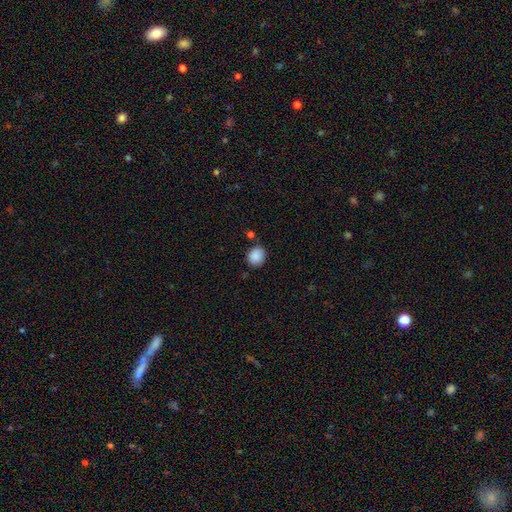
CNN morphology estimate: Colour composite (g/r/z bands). It shows a smooth galaxy with no disk features (89%) that is round (78%). Merging: none (80%).